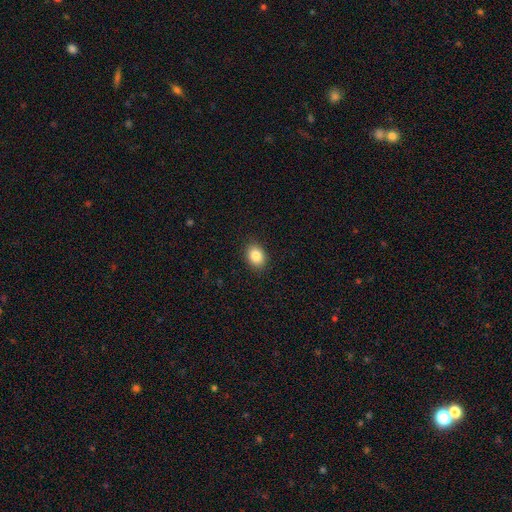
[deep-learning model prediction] Morphology: type=smooth (86%); roundness=in between (67%); merging=none (89%).